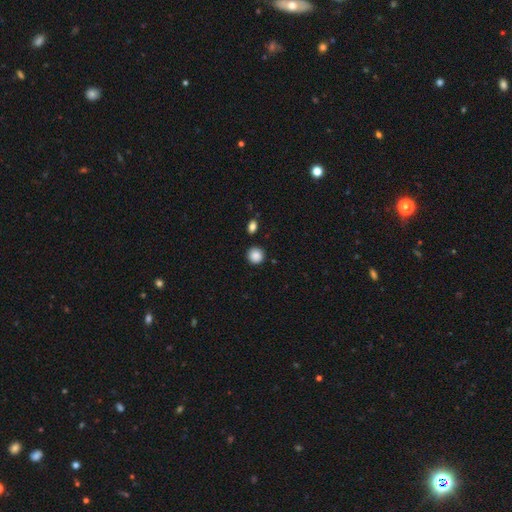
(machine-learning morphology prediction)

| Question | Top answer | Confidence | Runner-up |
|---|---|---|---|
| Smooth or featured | smooth | 88% | star or artifact (9%) |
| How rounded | round | 91% | in between (8%) |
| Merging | none | 88% | minor disturbance (7%) |